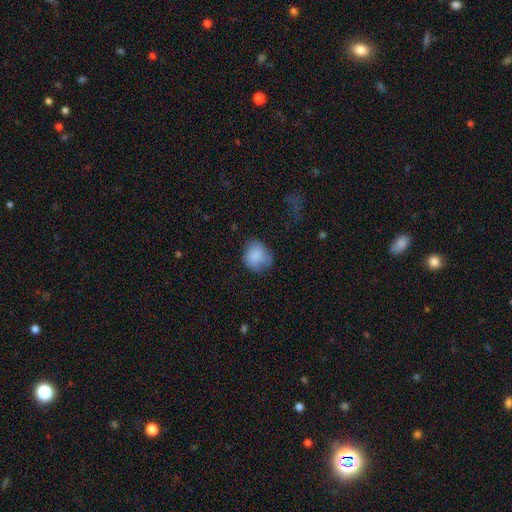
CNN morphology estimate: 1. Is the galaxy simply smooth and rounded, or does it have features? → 83% smooth, 9% featured or disk, 8% star or artifact.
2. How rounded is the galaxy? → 70% round, 29% in between, 1% cigar-shaped.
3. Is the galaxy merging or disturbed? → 56% none, 29% minor disturbance, 12% major disturbance, 2% merger.